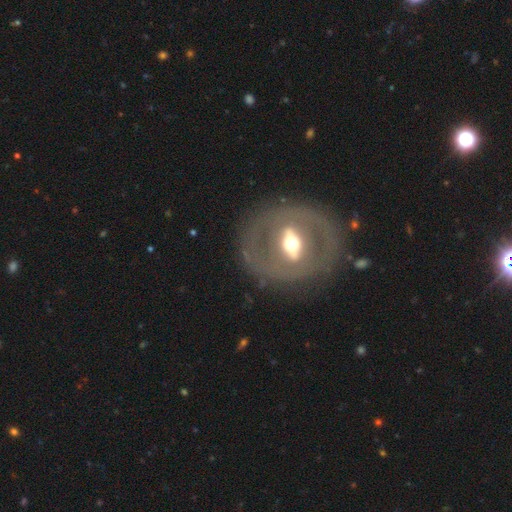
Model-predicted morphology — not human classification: Smooth or featured? featured or disk (71%)
Edge-on disk? no (91%)
Bar? strong (40%)
Spiral arms? no (63%)
Bulge size? moderate (68%)
Merging? none (81%)